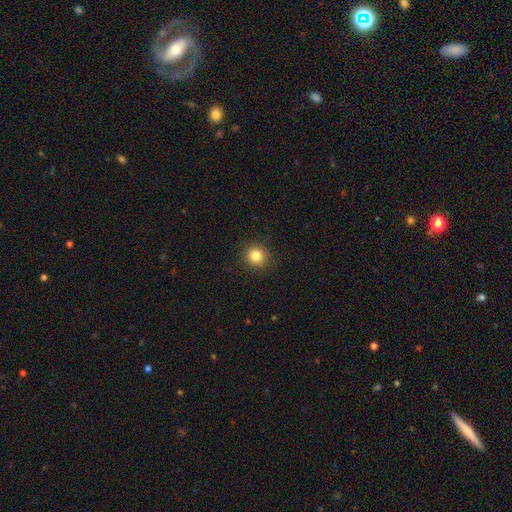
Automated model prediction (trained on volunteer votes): A smooth galaxy with no disk features (83%) that is round (93%). Merging: none (91%).